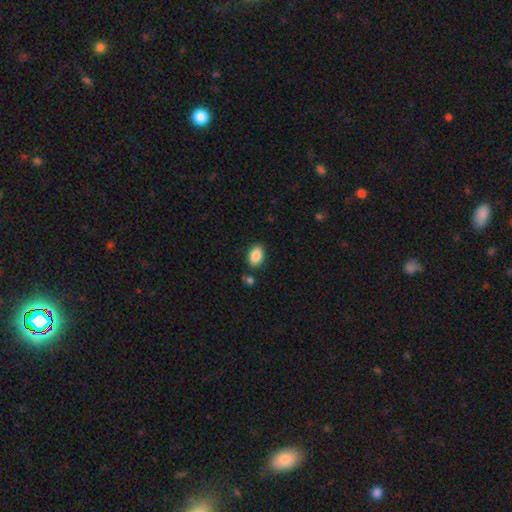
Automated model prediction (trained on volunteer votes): Smooth or featured? Predicted: smooth (p=0.87). How rounded? Predicted: in between (p=0.90). Merging? Predicted: none (p=0.81).